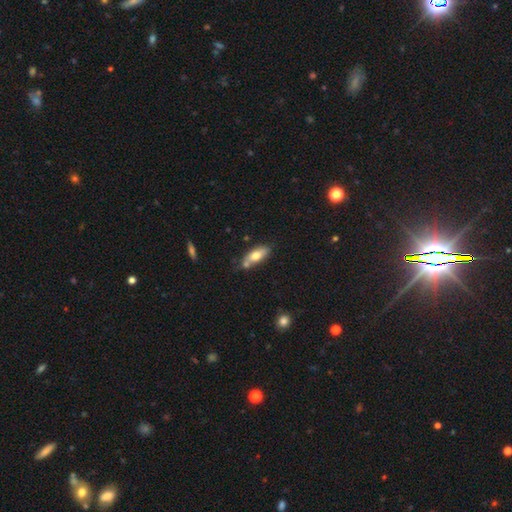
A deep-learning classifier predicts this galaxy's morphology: This is likely a smooth galaxy (69%). How rounded: likely in between (77%). Merging: possibly none (57%).